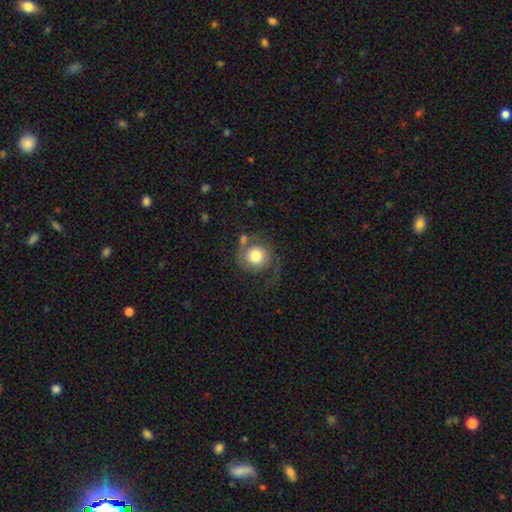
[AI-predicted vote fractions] smooth_or_featured: smooth (p=0.47) [alt: featured or disk p=0.45]
merging: none (p=0.54) [alt: major disturbance p=0.19]